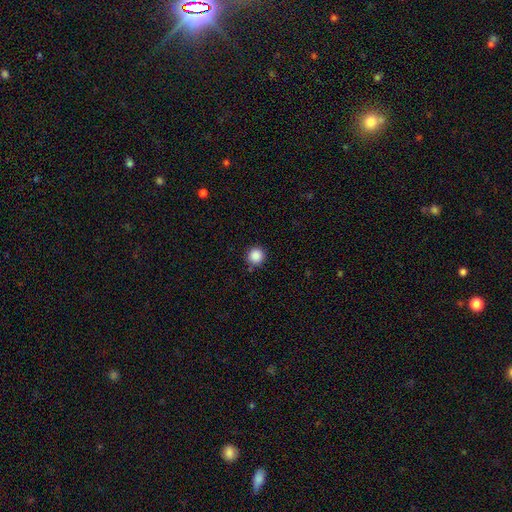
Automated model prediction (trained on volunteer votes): Q: Smooth or featured?
A: smooth (87%); runner-up: star or artifact (10%)
Q: How rounded?
A: round (95%); runner-up: in between (4%)
Q: Merging?
A: none (88%); runner-up: minor disturbance (8%)